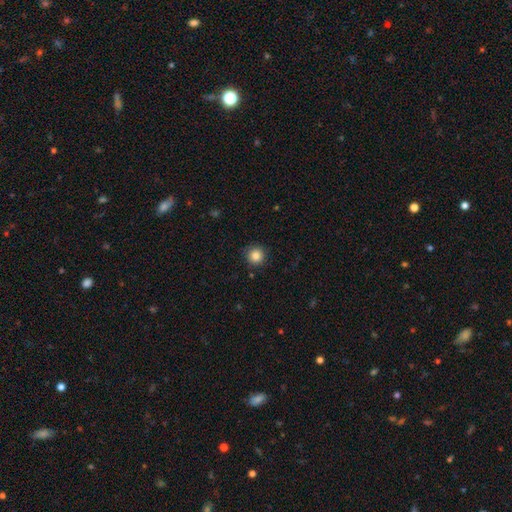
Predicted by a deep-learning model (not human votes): Smooth or featured? Predicted: smooth (p=0.84). How rounded? Predicted: round (p=0.95). Merging? Predicted: none (p=0.89).